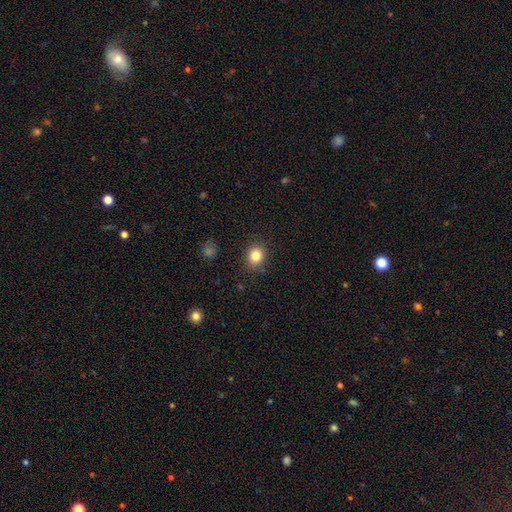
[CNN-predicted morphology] Smooth or featured?
  - smooth: 84% *
  - star or artifact: 11%
  - featured or disk: 5%
How rounded?
  - round: 67% *
  - in between: 32%
  - cigar-shaped: 1%
Merging?
  - none: 87% *
  - minor disturbance: 9%
  - major disturbance: 3%
  - merger: 1%